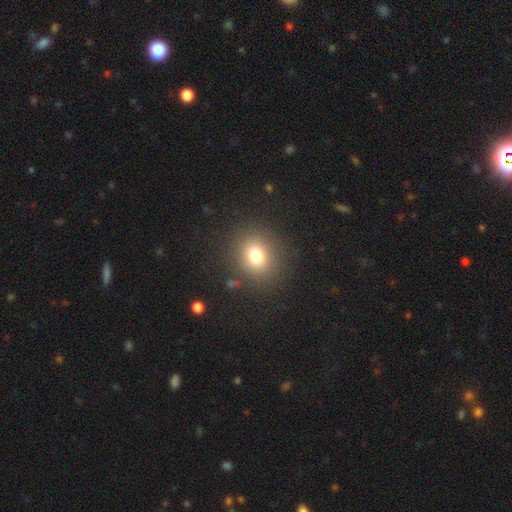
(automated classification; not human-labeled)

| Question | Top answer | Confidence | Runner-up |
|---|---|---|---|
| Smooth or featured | smooth | 77% | star or artifact (14%) |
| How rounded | round | 71% | in between (28%) |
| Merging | none | 86% | minor disturbance (8%) |